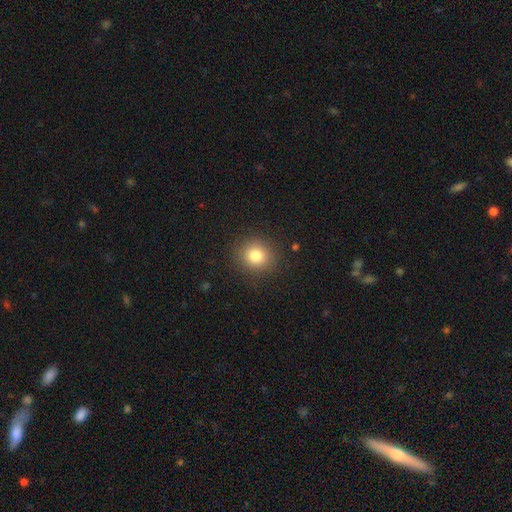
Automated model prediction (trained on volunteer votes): Smooth or featured?
  - smooth: 82% *
  - star or artifact: 11%
  - featured or disk: 7%
How rounded?
  - round: 85% *
  - in between: 14%
  - cigar-shaped: 1%
Merging?
  - none: 88% *
  - minor disturbance: 8%
  - major disturbance: 3%
  - merger: 1%